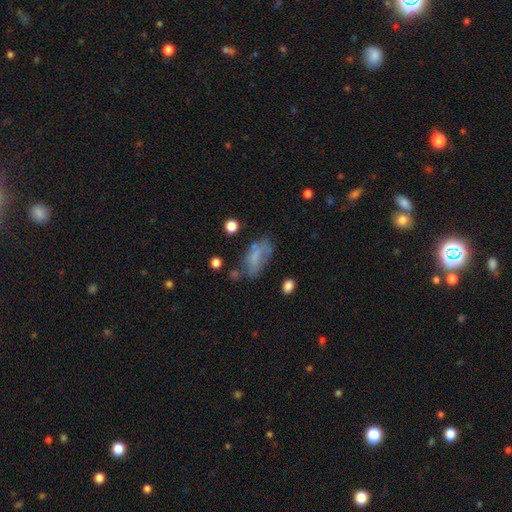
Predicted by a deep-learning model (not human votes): Smooth or featured: smooth — 56% (featured or disk — 32%)
How rounded: in between — 86% (cigar-shaped — 9%)
Merging: none — 42% (minor disturbance — 26%)